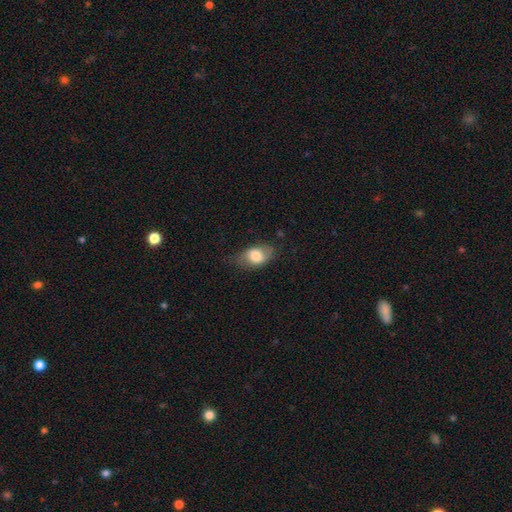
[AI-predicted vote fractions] The model was most divided on "merging": none: 63%, minor disturbance: 27%, major disturbance: 9%, merger: 1%. More confident: how rounded — in between (86%); smooth or featured — smooth (74%).